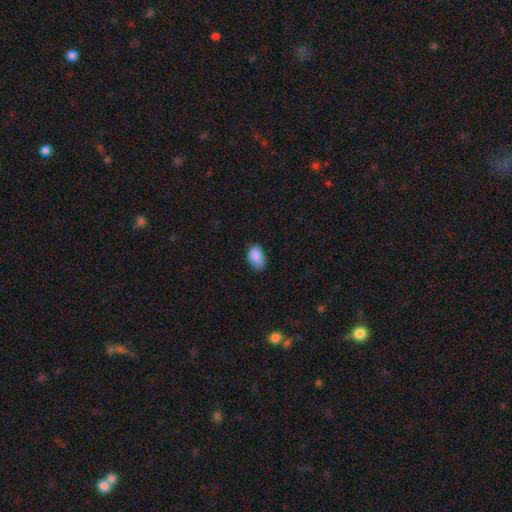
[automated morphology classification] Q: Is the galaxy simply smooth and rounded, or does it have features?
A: smooth — 87%.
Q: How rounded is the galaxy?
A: in between — 90%.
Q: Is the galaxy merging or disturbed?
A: none — 58%.